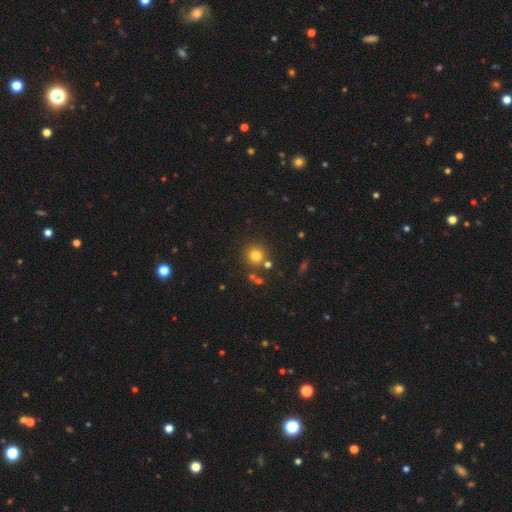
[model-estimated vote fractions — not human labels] This is likely a smooth galaxy (77%). How rounded: clearly round (93%). Merging: likely none (80%).